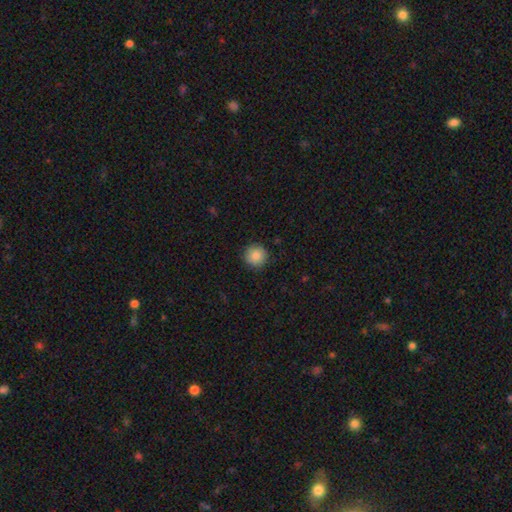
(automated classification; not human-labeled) A smooth galaxy with no disk features (86%) that is round (95%). Merging: none (90%).